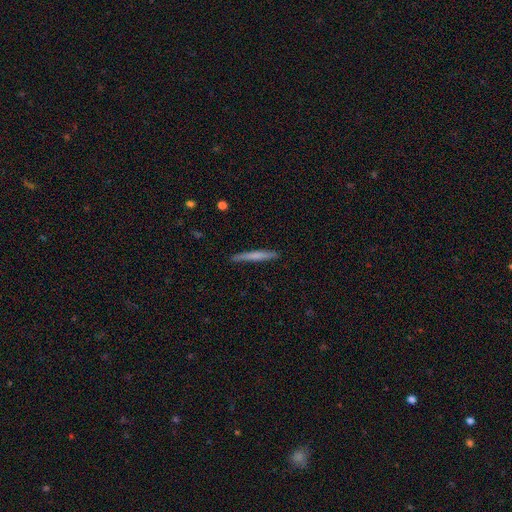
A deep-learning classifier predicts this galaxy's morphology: Smooth or featured?
  - smooth: 64% *
  - featured or disk: 30%
  - star or artifact: 6%
How rounded?
  - cigar-shaped: 96% *
  - in between: 3%
  - round: 1%
Merging?
  - none: 88% *
  - minor disturbance: 9%
  - major disturbance: 2%
  - merger: 1%